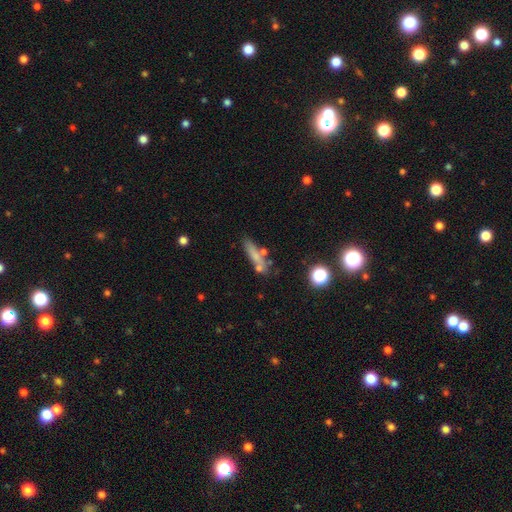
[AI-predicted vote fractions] Overall: smooth (68%). How rounded: cigar-shaped (77%). Merging: none (63%).